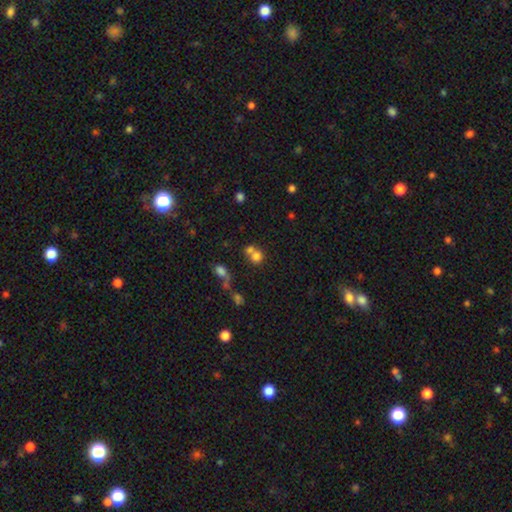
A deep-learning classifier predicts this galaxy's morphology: Smooth or featured? smooth (71%)
How rounded? round (79%)
Merging? merger (52%)